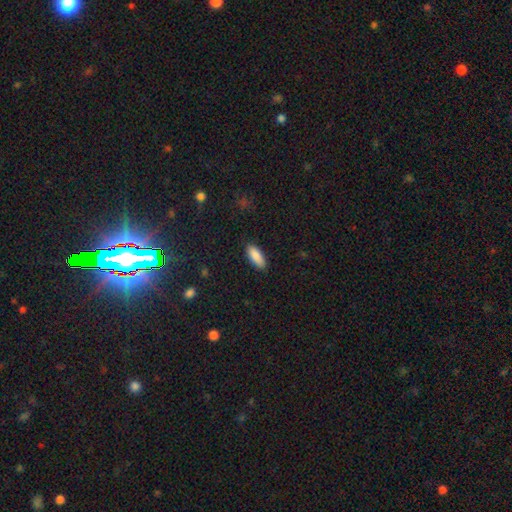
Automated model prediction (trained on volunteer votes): This is clearly a smooth galaxy (88%). How rounded: likely in between (77%). Merging: clearly none (87%).